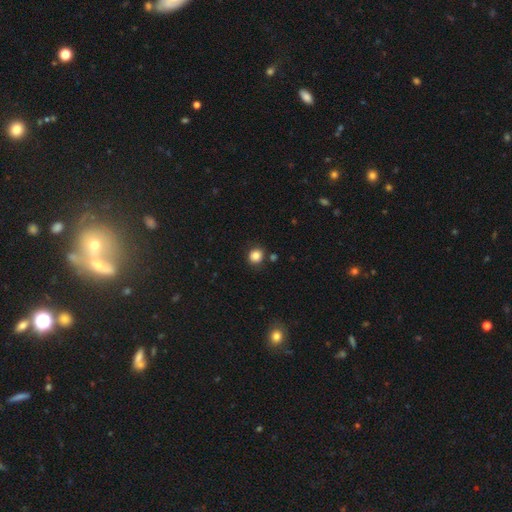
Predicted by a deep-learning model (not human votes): smooth-or-featured: smooth: 84% | star or artifact: 11% | featured or disk: 5%
  how-rounded: round: 81% | in between: 18% | cigar-shaped: 1%
  merging: none: 84% | minor disturbance: 9% | merger: 4% | major disturbance: 3%